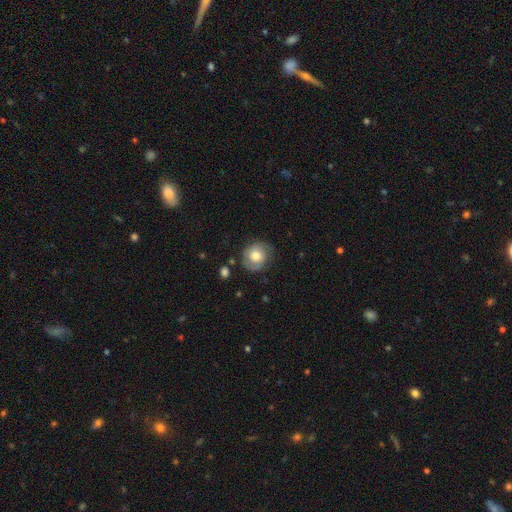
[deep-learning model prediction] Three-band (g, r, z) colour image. It shows a smooth galaxy with no disk features (47%). Merging: none (73%).